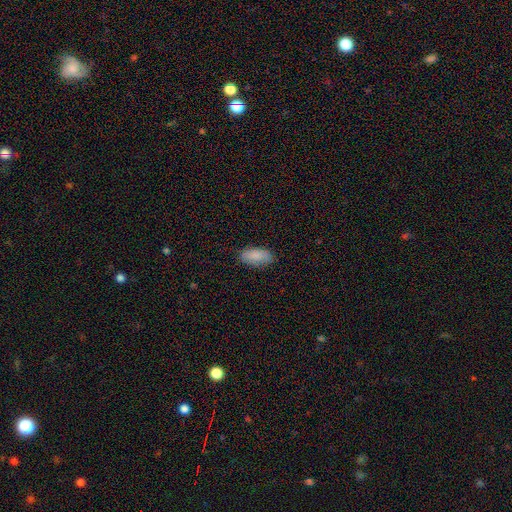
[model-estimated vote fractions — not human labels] This appears to be a smooth galaxy with no disk features (87%) that is in between round and cigar-shaped (90%). Merging: none (84%).